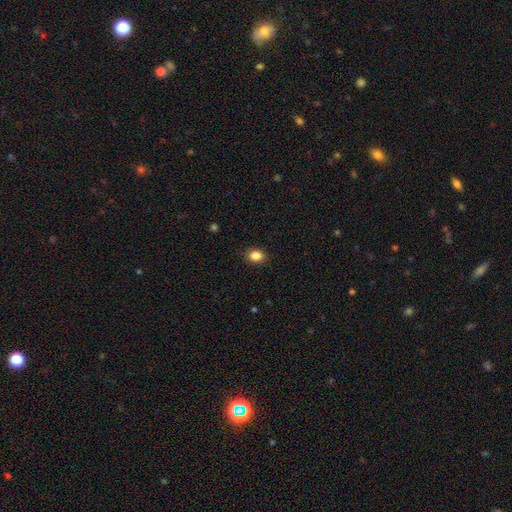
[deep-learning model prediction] Q: Smooth or featured?
A: smooth (86%); runner-up: star or artifact (10%)
Q: How rounded?
A: round (52%); runner-up: in between (47%)
Q: Merging?
A: none (87%); runner-up: minor disturbance (9%)